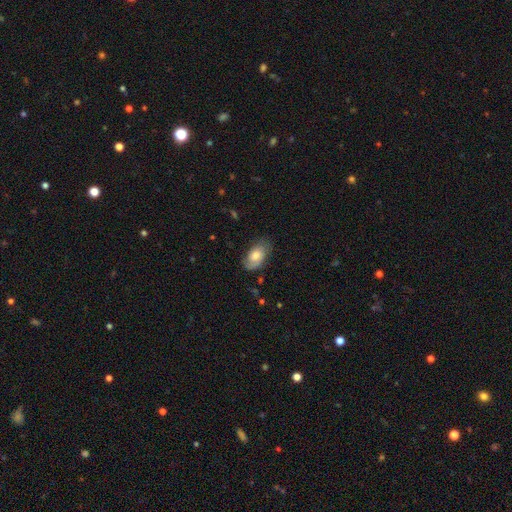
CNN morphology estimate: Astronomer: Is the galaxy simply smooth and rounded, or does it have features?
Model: smooth — 58% (runner-up: featured or disk, 35%).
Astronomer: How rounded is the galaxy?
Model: in between — 92%.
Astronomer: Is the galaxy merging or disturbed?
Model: none — 67%.